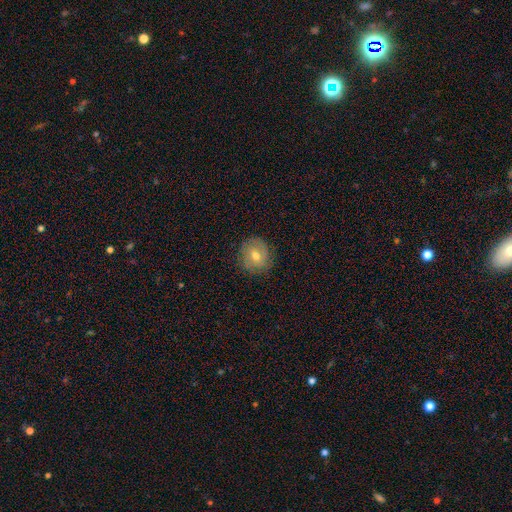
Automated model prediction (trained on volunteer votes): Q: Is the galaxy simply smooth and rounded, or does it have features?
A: smooth — 48%.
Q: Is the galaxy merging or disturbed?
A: none — 83%.